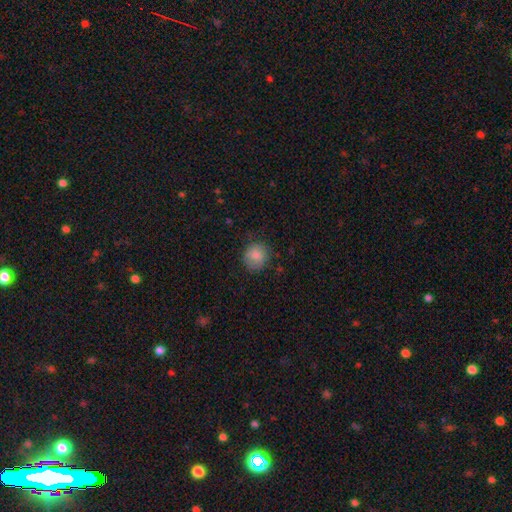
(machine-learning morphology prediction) Q: Smooth or featured?
A: smooth (83%); runner-up: star or artifact (9%)
Q: How rounded?
A: round (81%); runner-up: in between (18%)
Q: Merging?
A: none (76%); runner-up: minor disturbance (18%)